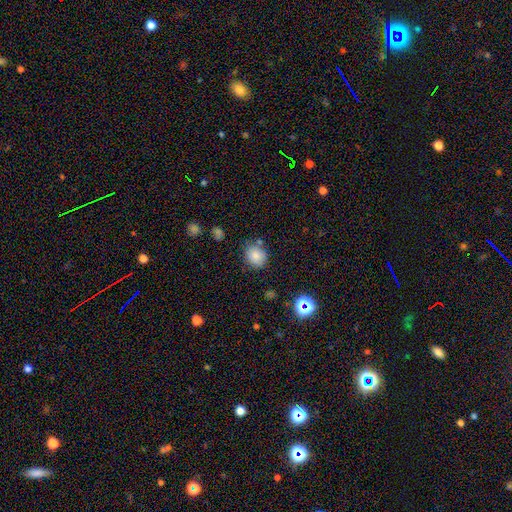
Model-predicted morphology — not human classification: Smooth or featured? smooth (82%)
How rounded? round (68%)
Merging? none (76%)